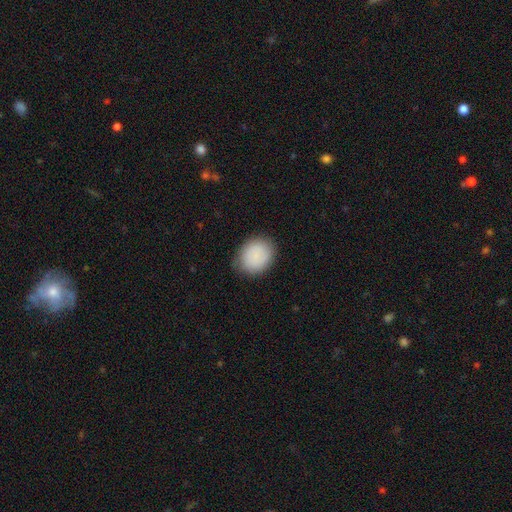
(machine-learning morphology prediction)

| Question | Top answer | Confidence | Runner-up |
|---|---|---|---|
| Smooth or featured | smooth | 87% | star or artifact (7%) |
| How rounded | in between | 50% | round (49%) |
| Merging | none | 80% | minor disturbance (16%) |